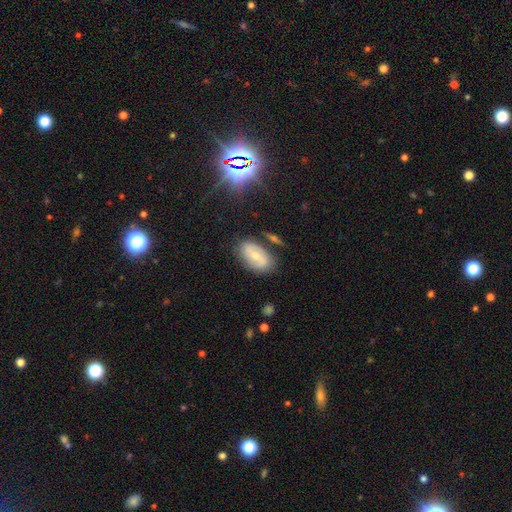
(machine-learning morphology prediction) This is possibly a featured or disk galaxy (47%). Merging: likely none (75%).